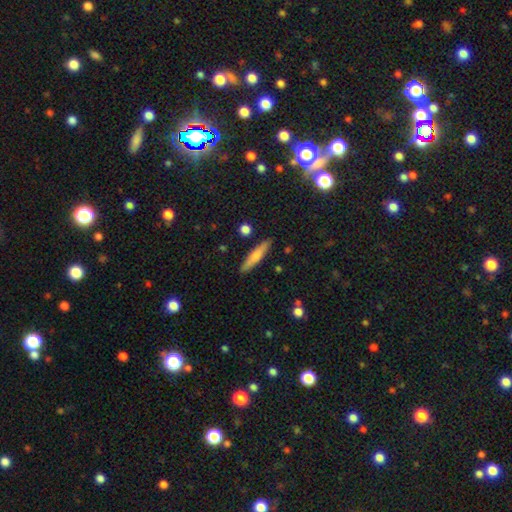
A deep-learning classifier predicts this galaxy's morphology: Q: Smooth or featured?
A: smooth (70%); runner-up: featured or disk (24%)
Q: How rounded?
A: cigar-shaped (86%); runner-up: in between (12%)
Q: Merging?
A: none (88%); runner-up: minor disturbance (8%)